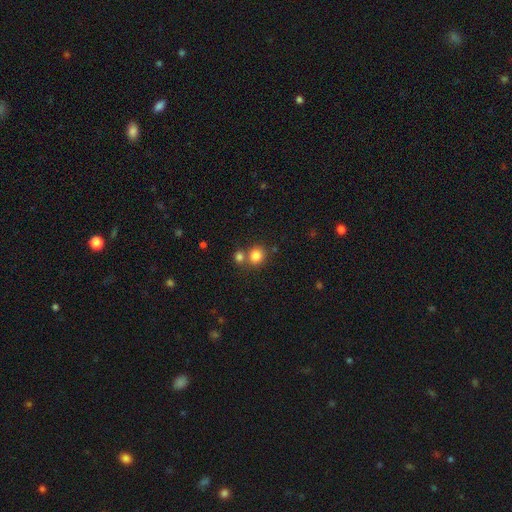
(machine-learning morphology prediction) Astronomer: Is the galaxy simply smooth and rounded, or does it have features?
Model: smooth — 82%.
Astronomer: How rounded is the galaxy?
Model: round — 85%.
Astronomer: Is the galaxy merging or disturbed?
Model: none — 61%.